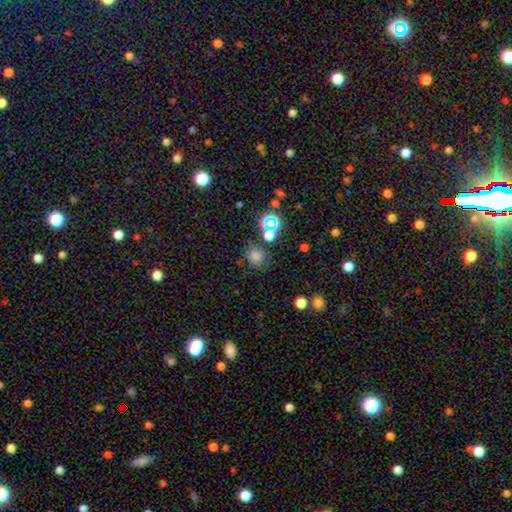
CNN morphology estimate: Smooth or featured: smooth — 72% (star or artifact — 22%)
How rounded: round — 83% (in between — 16%)
Merging: none — 72% (merger — 12%)